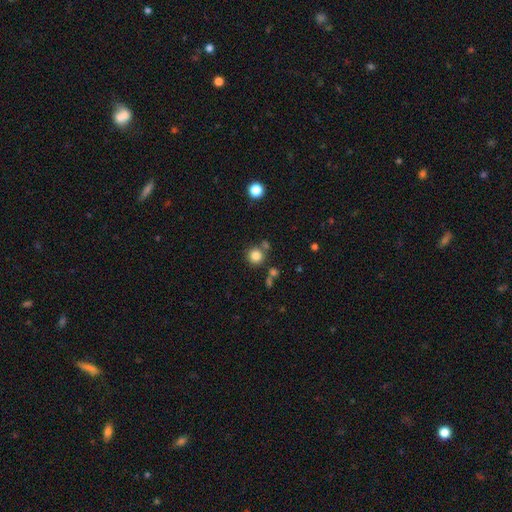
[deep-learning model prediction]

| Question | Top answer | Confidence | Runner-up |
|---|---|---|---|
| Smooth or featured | smooth | 82% | star or artifact (12%) |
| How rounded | round | 94% | in between (6%) |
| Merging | none | 76% | merger (12%) |